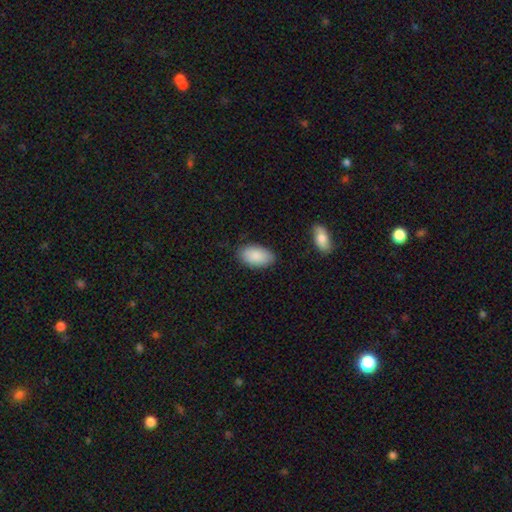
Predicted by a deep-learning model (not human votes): Overall: smooth (89%). How rounded: in between (95%). Merging: none (82%).